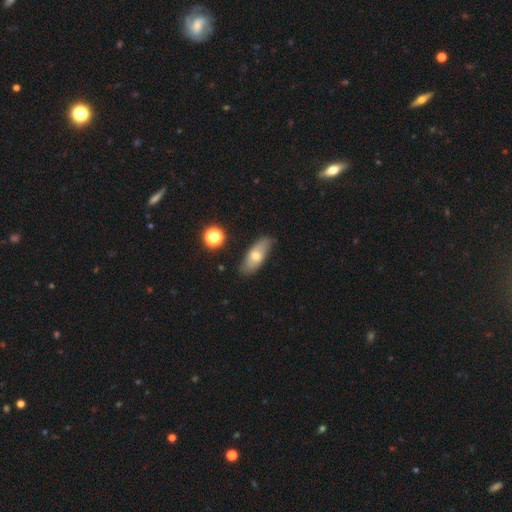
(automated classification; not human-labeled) This is likely a smooth galaxy (64%). How rounded: likely in between (76%). Merging: likely none (78%).